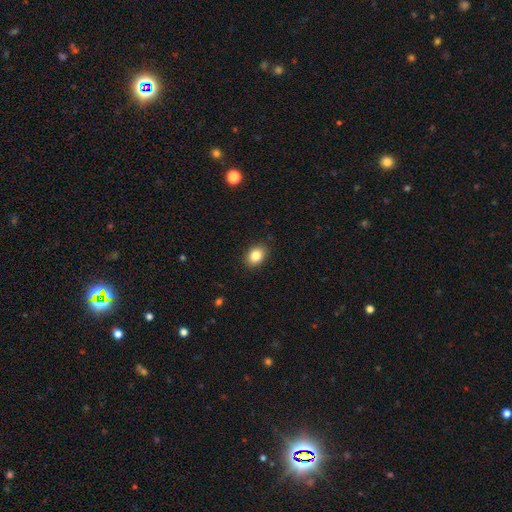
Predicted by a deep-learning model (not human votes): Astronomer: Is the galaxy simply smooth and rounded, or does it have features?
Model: smooth — 84%.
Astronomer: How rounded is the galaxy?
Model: in between — 66%.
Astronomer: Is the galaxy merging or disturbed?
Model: none — 88%.